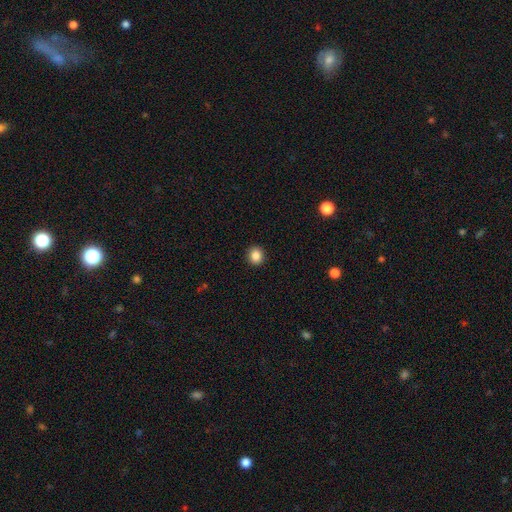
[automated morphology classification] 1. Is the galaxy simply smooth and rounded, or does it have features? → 86% smooth, 10% star or artifact, 4% featured or disk.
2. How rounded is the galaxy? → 82% round, 17% in between, 1% cigar-shaped.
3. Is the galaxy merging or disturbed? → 92% none, 5% minor disturbance, 2% major disturbance, 1% merger.